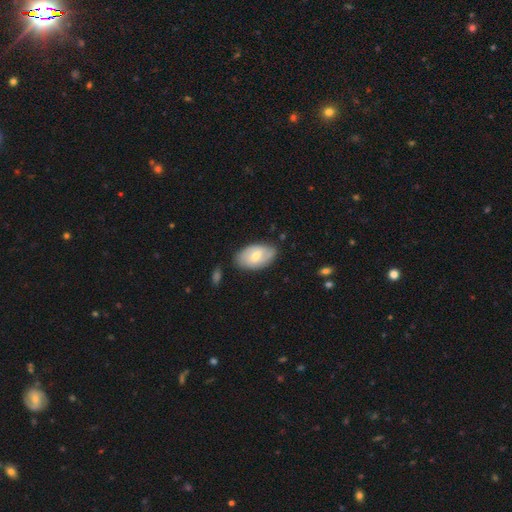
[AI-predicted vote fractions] smooth_or_featured: smooth (p=0.51) [alt: featured or disk p=0.43]
how_rounded: in between (p=0.92) [alt: round p=0.06]
merging: none (p=0.74) [alt: minor disturbance p=0.20]